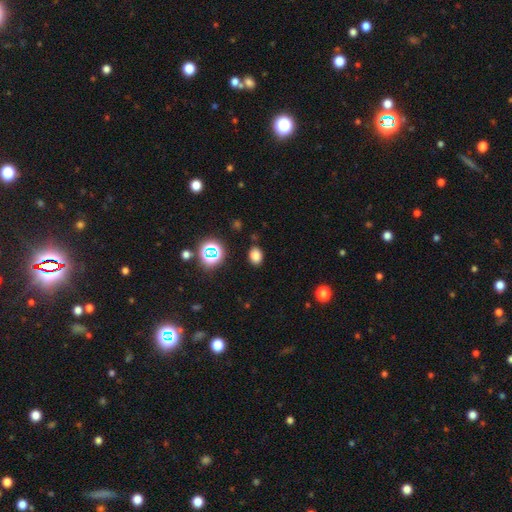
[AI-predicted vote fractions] Morphology: type=smooth (76%); roundness=in between (70%); merging=none (85%).